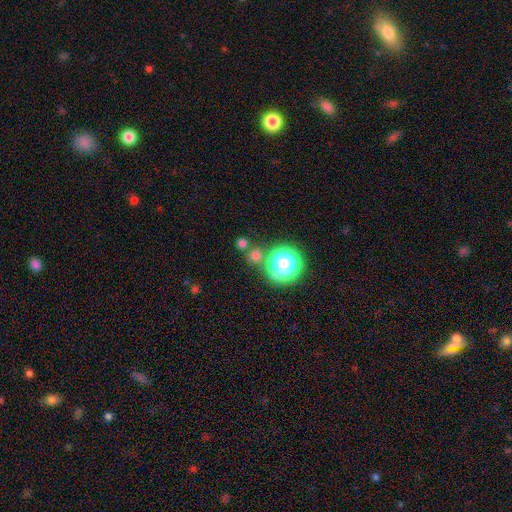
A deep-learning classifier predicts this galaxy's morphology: Overall: smooth (68%). How rounded: round (90%). Merging: none (70%).